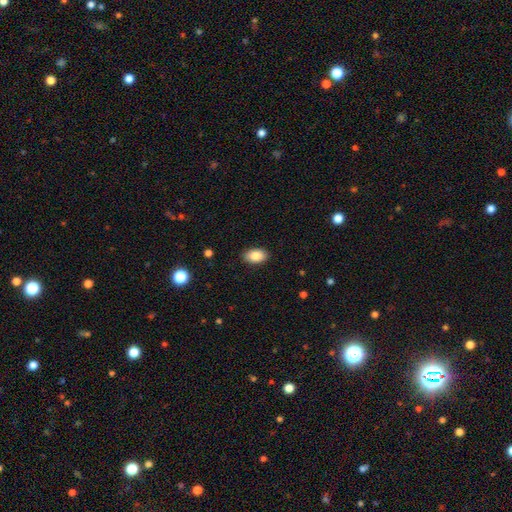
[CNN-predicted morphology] Smooth or featured?
  - smooth: 87% *
  - star or artifact: 7%
  - featured or disk: 6%
How rounded?
  - in between: 92% *
  - round: 7%
  - cigar-shaped: 1%
Merging?
  - none: 88% *
  - minor disturbance: 9%
  - major disturbance: 2%
  - merger: 1%